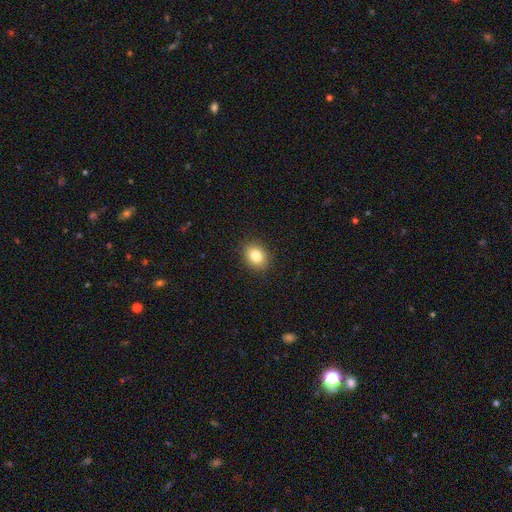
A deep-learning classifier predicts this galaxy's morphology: smooth_or_featured: smooth (p=0.83) [alt: star or artifact p=0.10]
how_rounded: in between (p=0.59) [alt: round p=0.40]
merging: none (p=0.90) [alt: minor disturbance p=0.07]